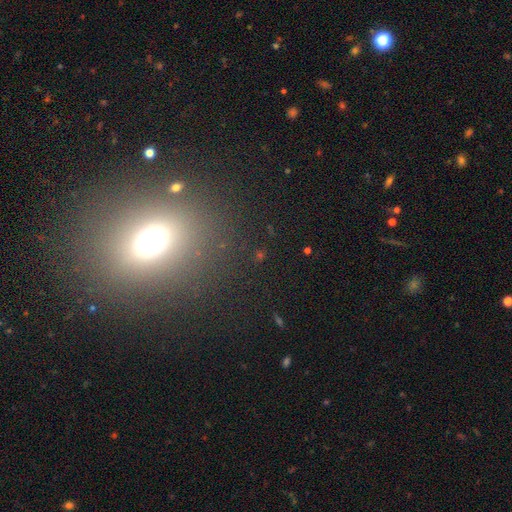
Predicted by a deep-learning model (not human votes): Smooth or featured? smooth (51%)
How rounded? in between (53%)
Merging? none (83%)